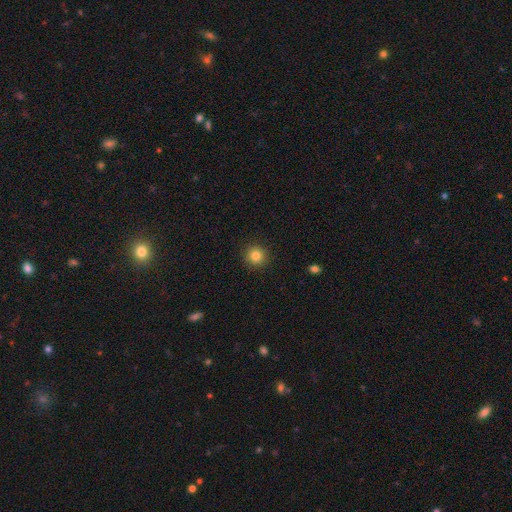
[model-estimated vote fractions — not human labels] This appears to be a smooth galaxy with no disk features (83%) that is round (95%). Merging: none (92%).